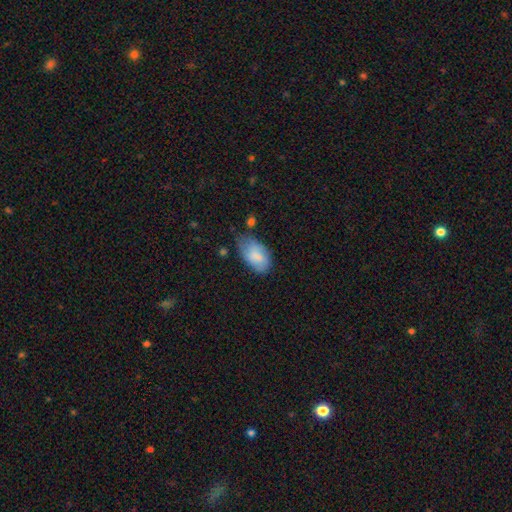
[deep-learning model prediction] Q: Smooth or featured?
A: smooth (78%); runner-up: featured or disk (15%)
Q: How rounded?
A: in between (94%); runner-up: round (4%)
Q: Merging?
A: none (47%); runner-up: minor disturbance (38%)